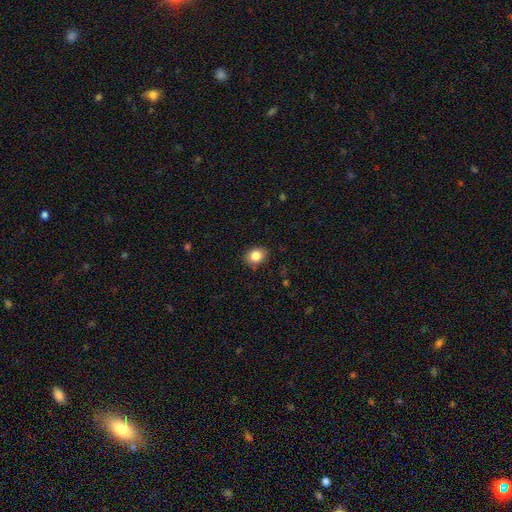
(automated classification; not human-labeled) smooth_or_featured: smooth (p=0.84) [alt: star or artifact p=0.09]
how_rounded: in between (p=0.51) [alt: round p=0.48]
merging: none (p=0.85) [alt: minor disturbance p=0.11]